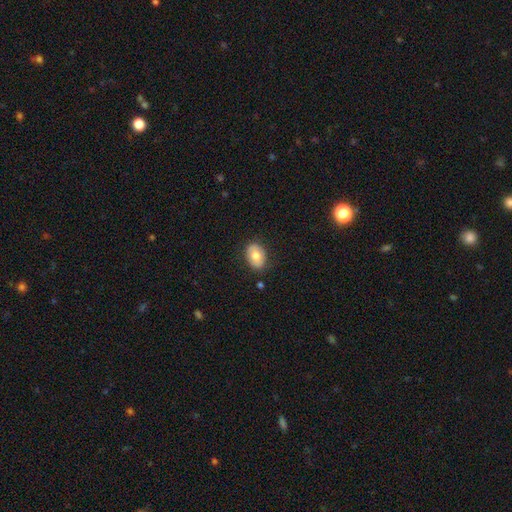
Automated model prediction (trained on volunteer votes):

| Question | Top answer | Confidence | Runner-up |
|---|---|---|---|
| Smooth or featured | smooth | 73% | featured or disk (20%) |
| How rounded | in between | 76% | round (22%) |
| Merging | none | 83% | minor disturbance (12%) |